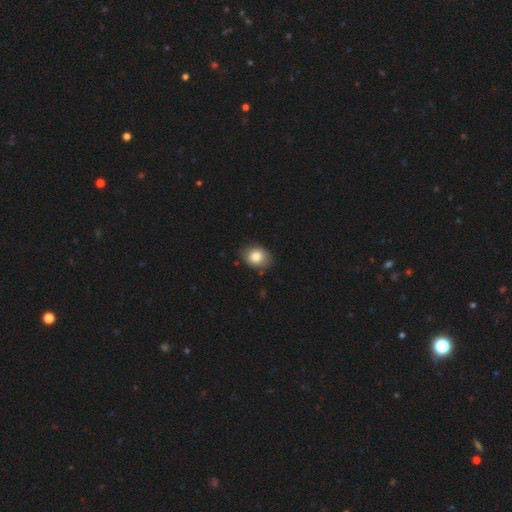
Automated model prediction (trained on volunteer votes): This is clearly a smooth galaxy (83%). How rounded: possibly round (50%). Merging: likely none (79%).